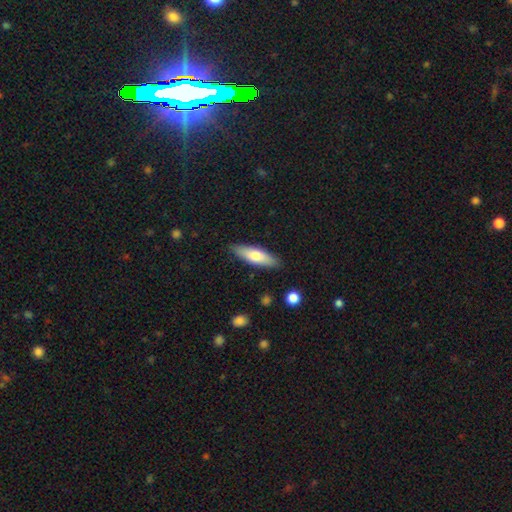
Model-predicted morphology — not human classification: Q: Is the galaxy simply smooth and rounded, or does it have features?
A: smooth — 67%.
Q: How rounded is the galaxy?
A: cigar-shaped — 54%.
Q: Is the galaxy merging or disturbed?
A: none — 87%.